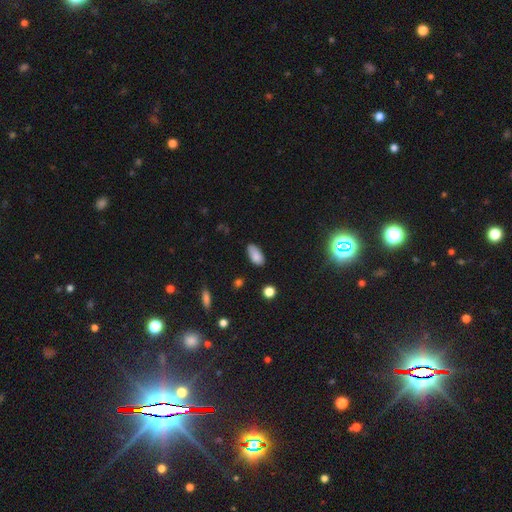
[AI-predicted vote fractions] smooth 85%, star or artifact 9%, featured or disk 6%. Down the decision tree: how rounded — in between (92%); merging — none (78%).